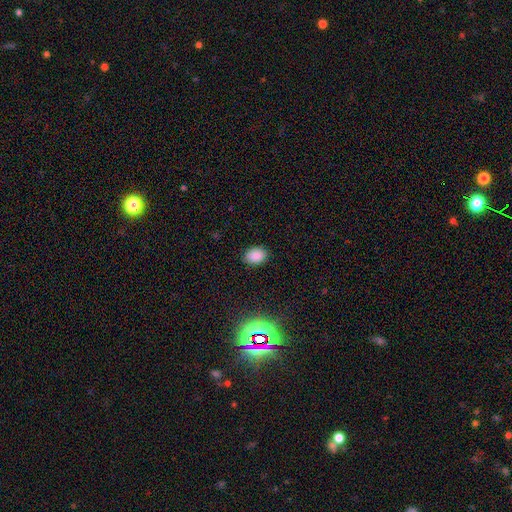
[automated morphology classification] A smooth galaxy with no disk features (86%) that is in between round and cigar-shaped (75%). Merging: none (87%).